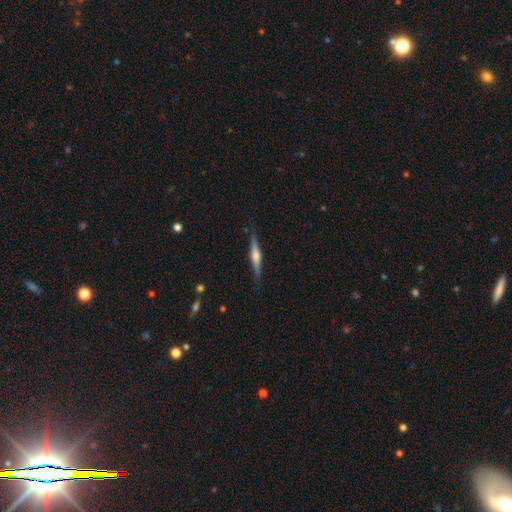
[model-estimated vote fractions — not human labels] Q: Smooth or featured?
A: featured or disk (68%); runner-up: smooth (27%)
Q: Edge-on disk?
A: yes (98%); runner-up: no (2%)
Q: Edge-on bulge?
A: rounded (82%); runner-up: boxy (12%)
Q: Merging?
A: none (88%); runner-up: minor disturbance (9%)